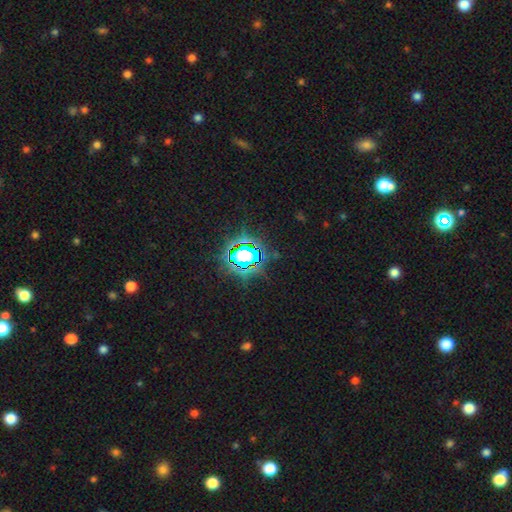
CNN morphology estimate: star or artifact 82%, smooth 11%, featured or disk 7%.